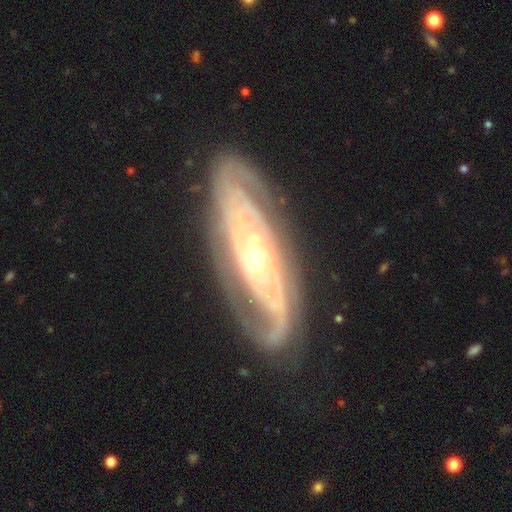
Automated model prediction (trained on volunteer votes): smooth-or-featured: featured or disk: 88% | smooth: 7% | star or artifact: 5%
  disk-edge-on: no: 88% | yes: 12%
    bar: no: 64% | weak: 22% | strong: 13%
    has-spiral-arms: yes: 94% | no: 6%
      spiral-winding: tight: 72% | medium: 23% | loose: 5%
      spiral-arm-count: 2: 45% | can't tell: 28% | 3: 12% | 4: 6% | 1: 5% | more than 4: 5%
    bulge-size: small: 50% | moderate: 44% | large: 4% | dominant: 1% | none: 1%
  merging: none: 80% | minor disturbance: 13% | major disturbance: 5% | merger: 1%